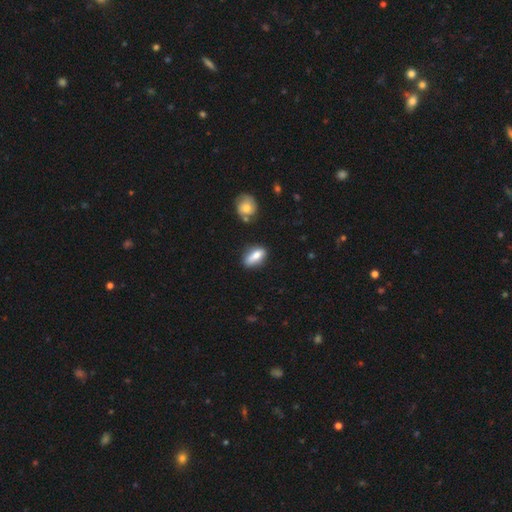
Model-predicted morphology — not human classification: Smooth or featured? smooth (74%)
How rounded? in between (74%)
Merging? none (71%)